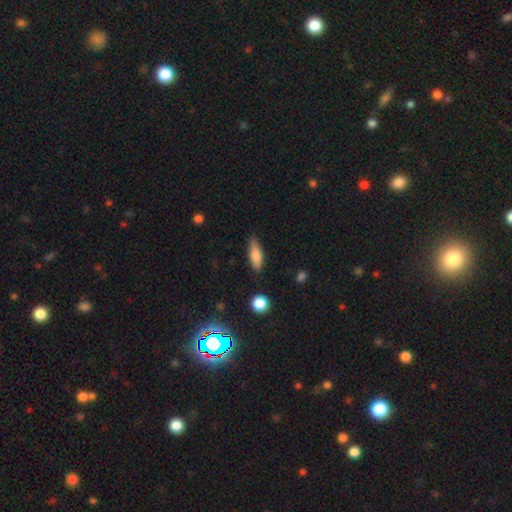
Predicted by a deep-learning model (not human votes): A smooth galaxy with no disk features (74%) that is in between round and cigar-shaped (57%). Merging: none (77%).